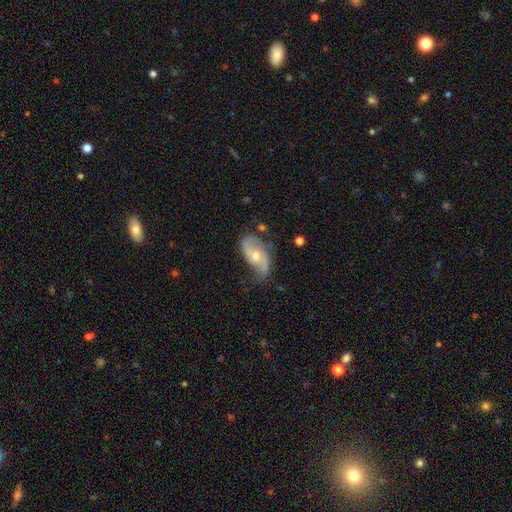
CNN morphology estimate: Smooth or featured? featured or disk (79%)
Edge-on disk? no (95%)
Bar? no (63%)
Spiral arms? yes (93%)
Spiral winding? loose (53%)
Spiral arm count? 2 (86%)
Bulge size? moderate (55%)
Merging? none (58%)